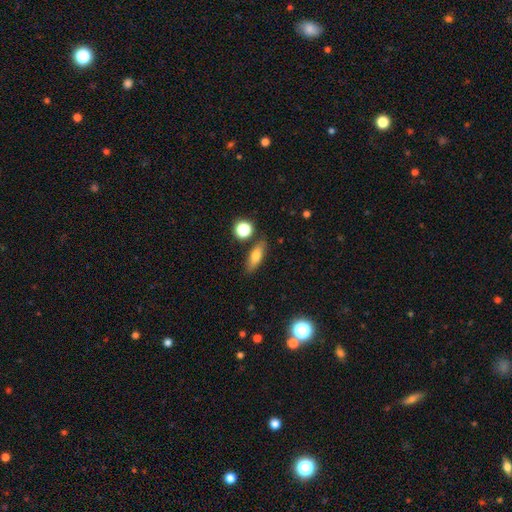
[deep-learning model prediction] Smooth or featured?
  - smooth: 73% *
  - featured or disk: 18%
  - star or artifact: 9%
How rounded?
  - in between: 62% *
  - cigar-shaped: 32%
  - round: 6%
Merging?
  - none: 82% *
  - minor disturbance: 11%
  - merger: 5%
  - major disturbance: 3%